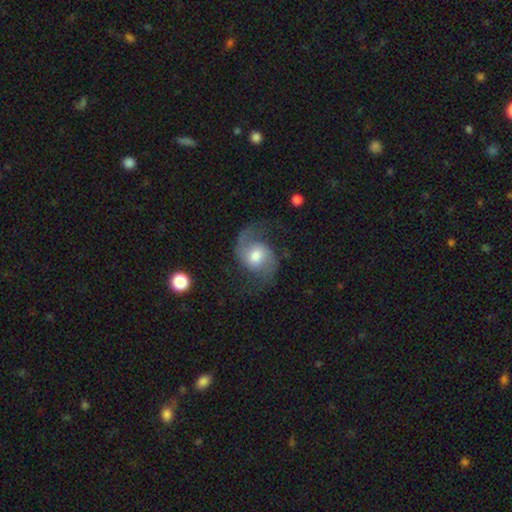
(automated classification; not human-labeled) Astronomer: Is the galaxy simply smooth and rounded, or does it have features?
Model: featured or disk — 83%.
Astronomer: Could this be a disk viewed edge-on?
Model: no — 98%.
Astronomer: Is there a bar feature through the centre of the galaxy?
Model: no — 57% (runner-up: weak, 35%).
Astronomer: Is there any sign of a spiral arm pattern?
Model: yes — 96%.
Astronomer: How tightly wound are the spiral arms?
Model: loose — 51% (runner-up: medium, 40%).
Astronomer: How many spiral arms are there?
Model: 2 — 92%.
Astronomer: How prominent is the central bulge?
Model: moderate — 65%.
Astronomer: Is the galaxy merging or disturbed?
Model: none — 67%.